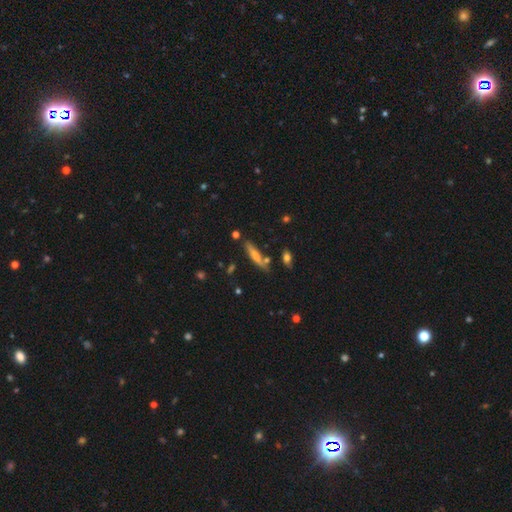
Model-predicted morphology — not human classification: This appears to be a smooth galaxy with no disk features (58%) that is cigar-shaped (83%). Merging: none (75%).